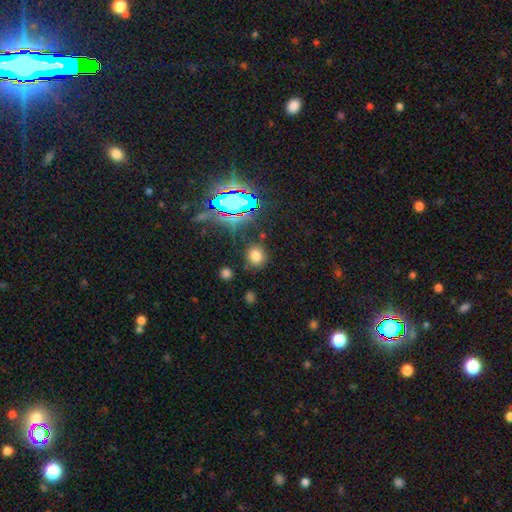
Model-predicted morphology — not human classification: type=smooth (70%); roundness=round (75%); merging=none (83%).